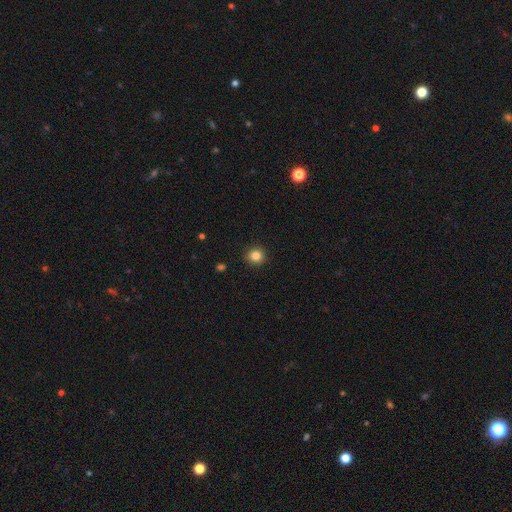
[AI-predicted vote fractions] Smooth or featured: smooth — 83% (star or artifact — 12%)
How rounded: round — 94% (in between — 5%)
Merging: none — 93% (minor disturbance — 5%)